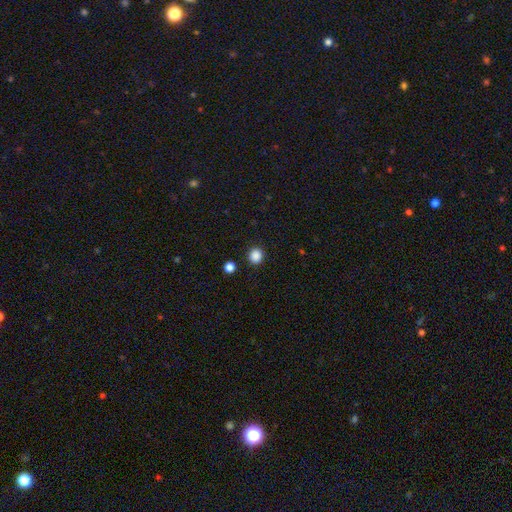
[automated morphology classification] This appears to be a smooth galaxy with no disk features (87%) that is round (87%). Merging: none (90%).